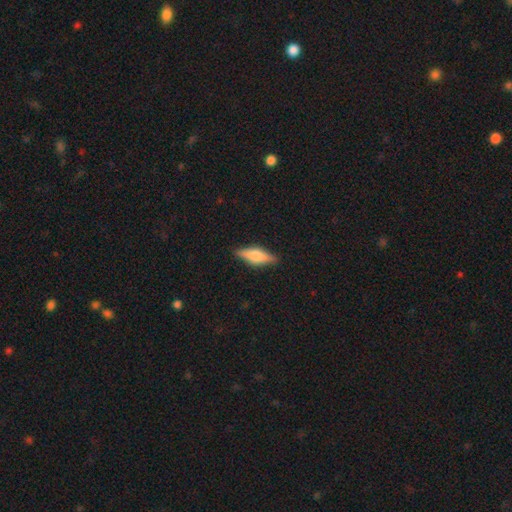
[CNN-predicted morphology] The model was most divided on "smooth or featured": smooth: 50%, featured or disk: 44%, star or artifact: 6%. More confident: merging — none (88%).